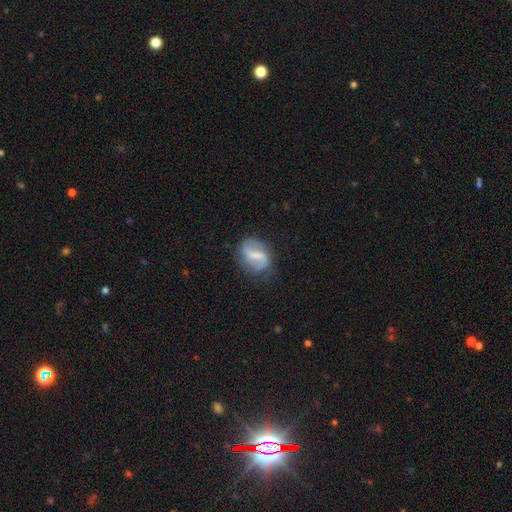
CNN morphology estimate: Smooth or featured? featured or disk (65%)
Edge-on disk? no (97%)
Bar? weak (44%)
Spiral arms? yes (82%)
Spiral winding? loose (53%)
Spiral arm count? 2 (84%)
Bulge size? small (37%)
Merging? none (69%)